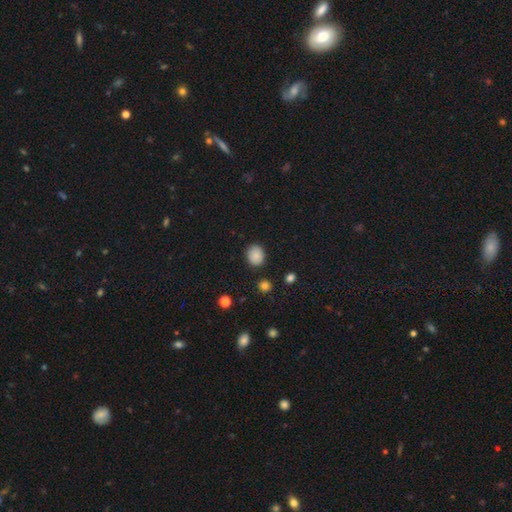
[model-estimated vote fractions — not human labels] Overall: smooth (85%). How rounded: round (66%; in between 34%). Merging: none (85%).